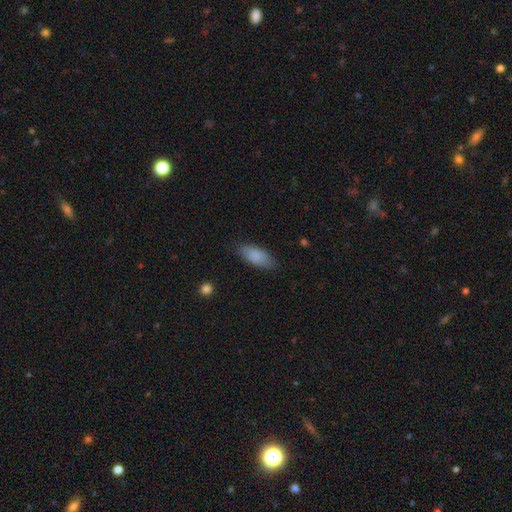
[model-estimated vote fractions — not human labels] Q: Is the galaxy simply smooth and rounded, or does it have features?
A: smooth — 85%.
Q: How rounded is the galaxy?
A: in between — 80%.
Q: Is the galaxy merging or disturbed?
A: none — 81%.